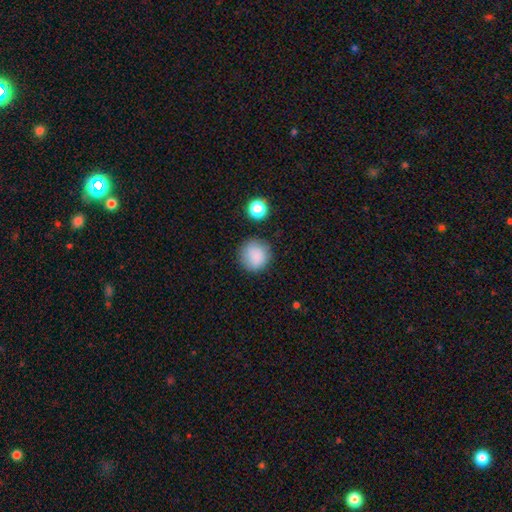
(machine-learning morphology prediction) smooth_or_featured: smooth (p=0.86) [alt: star or artifact p=0.09]
how_rounded: round (p=0.93) [alt: in between p=0.07]
merging: none (p=0.82) [alt: minor disturbance p=0.11]